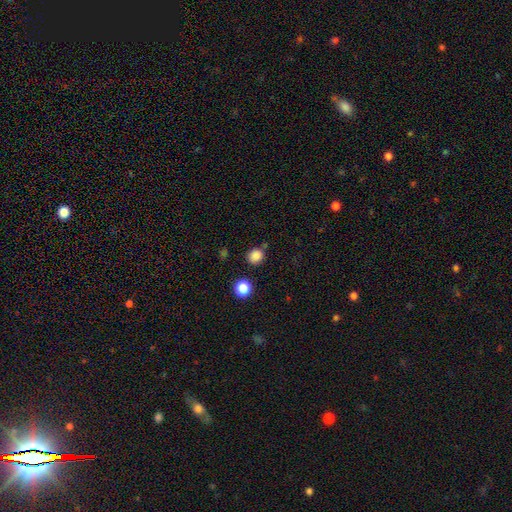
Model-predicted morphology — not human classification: This appears to be a smooth galaxy with no disk features (84%) that is round (84%). Merging: none (81%).